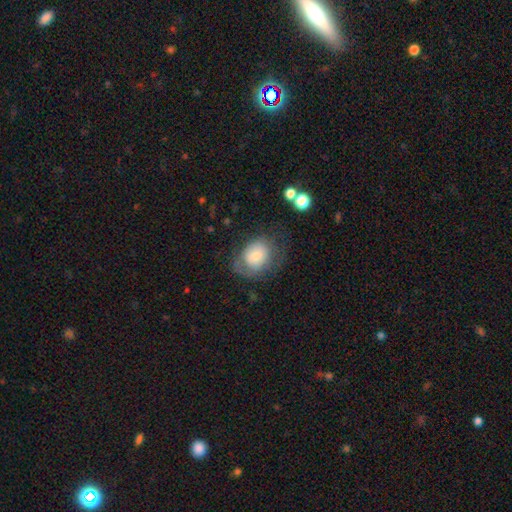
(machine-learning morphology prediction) Smooth or featured?
  - smooth: 70% *
  - featured or disk: 22%
  - star or artifact: 8%
How rounded?
  - in between: 53% *
  - round: 46%
  - cigar-shaped: 1%
Merging?
  - none: 48% *
  - minor disturbance: 27%
  - major disturbance: 22%
  - merger: 2%